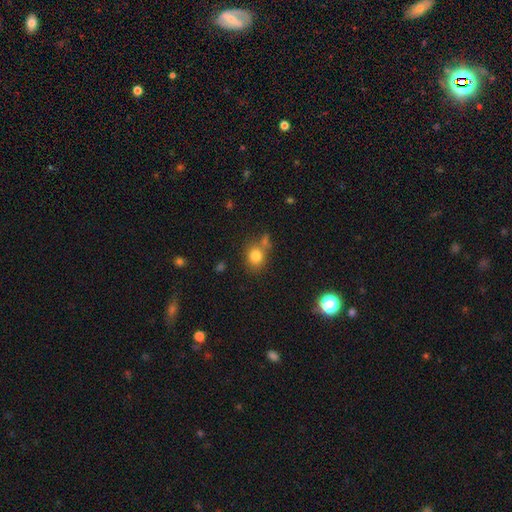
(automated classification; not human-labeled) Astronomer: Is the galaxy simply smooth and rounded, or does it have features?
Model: smooth — 81%.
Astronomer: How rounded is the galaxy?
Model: round — 65%.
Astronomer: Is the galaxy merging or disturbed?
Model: none — 63%.